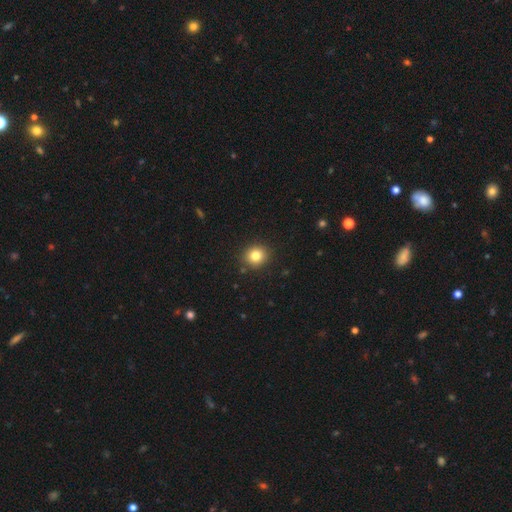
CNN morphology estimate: Smooth or featured: smooth — 82% (star or artifact — 11%)
How rounded: round — 82% (in between — 17%)
Merging: none — 89% (minor disturbance — 7%)